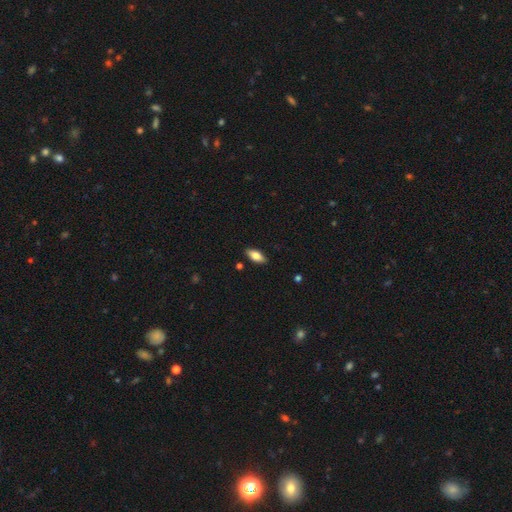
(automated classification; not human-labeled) Smooth or featured: smooth — 76% (featured or disk — 17%)
How rounded: in between — 84% (cigar-shaped — 14%)
Merging: none — 88% (minor disturbance — 9%)